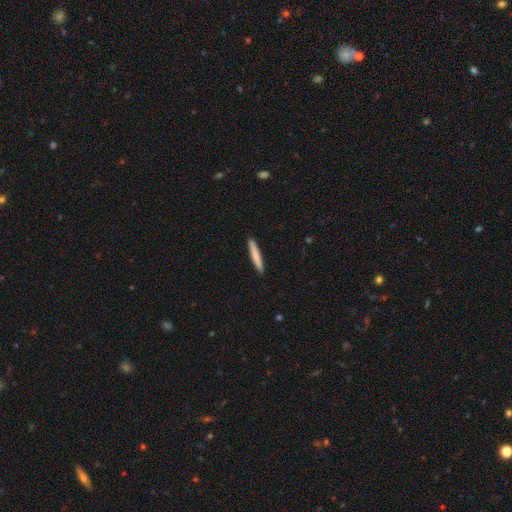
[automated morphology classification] A smooth galaxy with no disk features (78%) that is cigar-shaped (95%). Merging: none (92%).